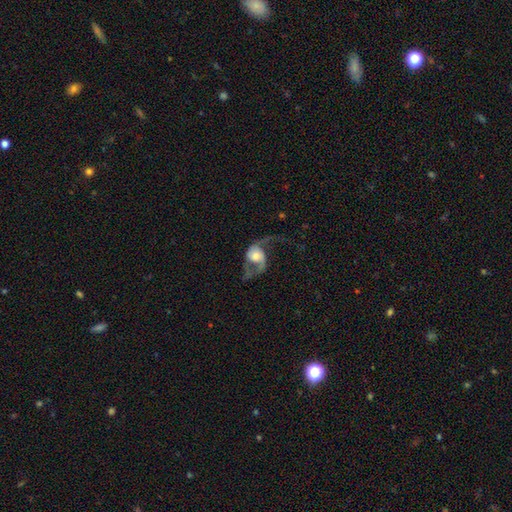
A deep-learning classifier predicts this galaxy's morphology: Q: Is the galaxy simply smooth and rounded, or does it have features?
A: featured or disk — 78%.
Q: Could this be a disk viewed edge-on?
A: no — 96%.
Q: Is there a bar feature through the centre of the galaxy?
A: no — 66%.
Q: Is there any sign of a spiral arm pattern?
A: yes — 91%.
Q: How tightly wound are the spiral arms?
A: loose — 74%.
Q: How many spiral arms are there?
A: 2 — 87%.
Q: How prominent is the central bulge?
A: moderate — 47%.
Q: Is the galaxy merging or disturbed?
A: none — 45%.